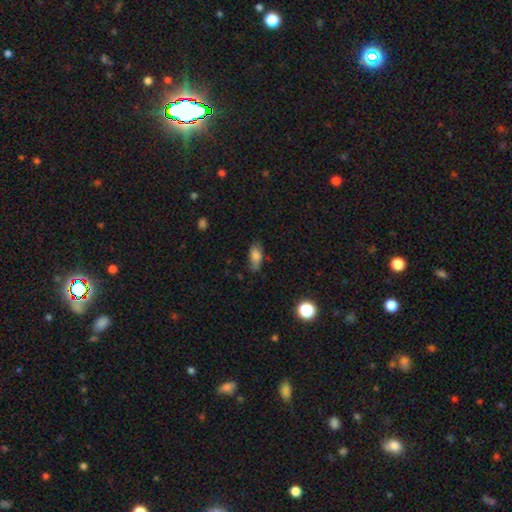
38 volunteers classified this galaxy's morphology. Smooth or featured? 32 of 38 (84%) said smooth. How rounded? 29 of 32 (91%) said in between. Merging? 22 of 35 (63%) said none.